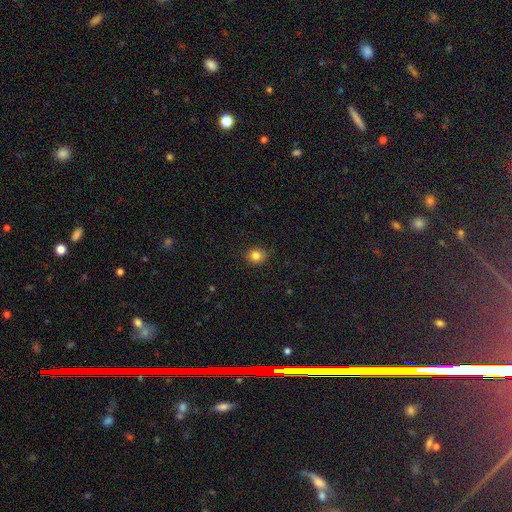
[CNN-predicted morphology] Overall: smooth (84%). How rounded: round (78%). Merging: none (87%).